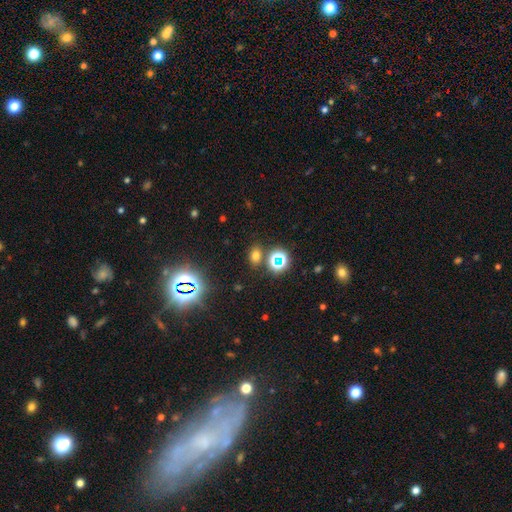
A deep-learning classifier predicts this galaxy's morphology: smooth_or_featured: smooth (p=0.63) [alt: star or artifact p=0.30]
how_rounded: in between (p=0.66) [alt: round p=0.32]
merging: none (p=0.80) [alt: minor disturbance p=0.09]